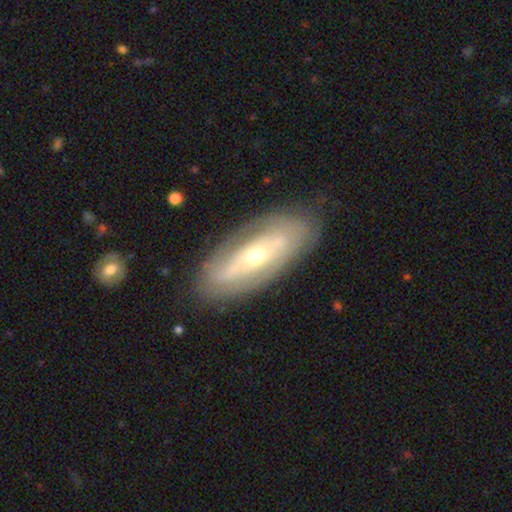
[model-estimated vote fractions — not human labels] Smooth or featured: featured or disk — 73% (smooth — 21%)
Edge-on disk: no — 83% (yes — 17%)
Bar: no — 62% (weak — 22%)
Spiral arms: yes — 63% (no — 37%)
Bulge size: moderate — 50% (small — 45%)
Merging: none — 80% (minor disturbance — 14%)